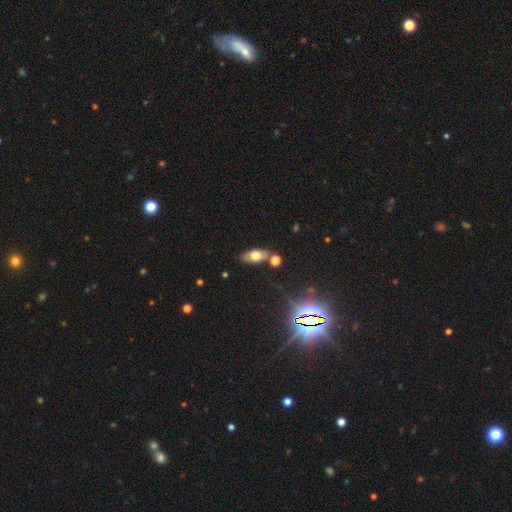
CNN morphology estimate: This appears to be a smooth galaxy with no disk features (63%) that is in between round and cigar-shaped (85%). Merging: none (72%).